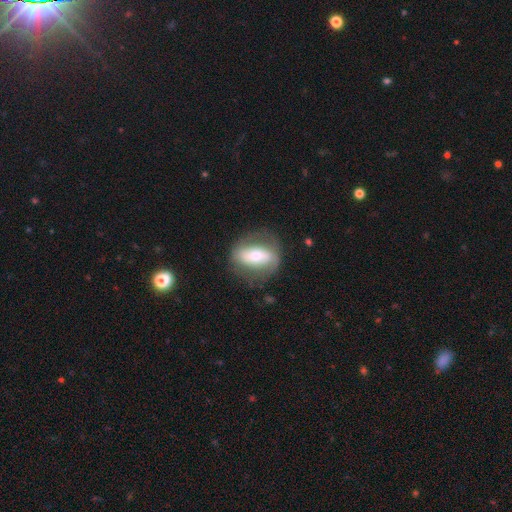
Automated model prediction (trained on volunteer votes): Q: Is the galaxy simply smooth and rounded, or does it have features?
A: featured or disk — 59%.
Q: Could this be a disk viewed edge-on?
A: no — 85%.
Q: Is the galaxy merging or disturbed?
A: none — 72%.